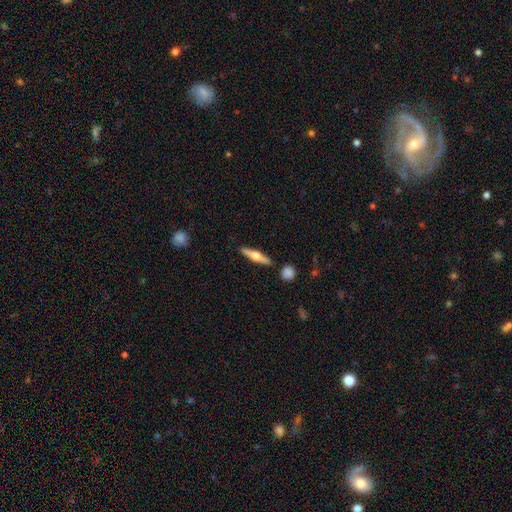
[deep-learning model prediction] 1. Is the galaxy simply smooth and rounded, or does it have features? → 60% featured or disk, 34% smooth, 6% star or artifact.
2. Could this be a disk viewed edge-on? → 96% yes, 4% no.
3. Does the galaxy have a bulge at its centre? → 93% rounded, 4% boxy, 3% none.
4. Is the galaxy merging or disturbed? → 88% none, 7% minor disturbance, 3% merger, 2% major disturbance.